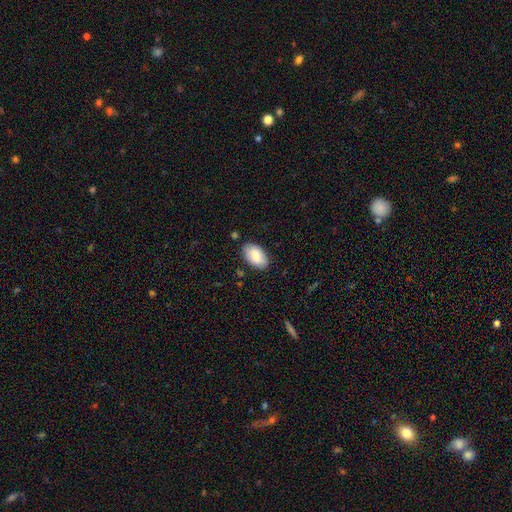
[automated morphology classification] The model was most divided on "smooth or featured": smooth: 79%, featured or disk: 15%, star or artifact: 6%. More confident: how rounded — in between (95%); merging — none (83%).